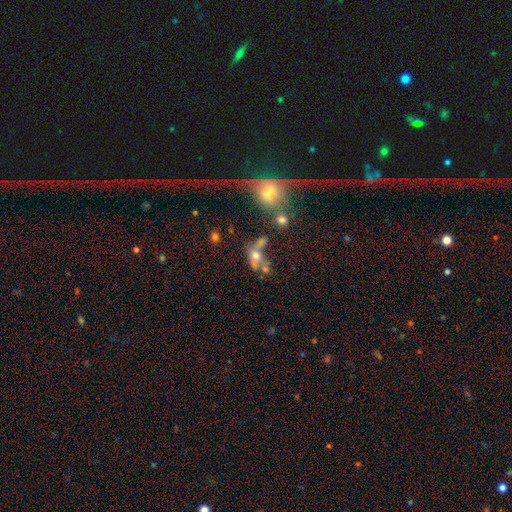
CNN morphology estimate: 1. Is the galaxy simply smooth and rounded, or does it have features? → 51% smooth, 31% featured or disk, 18% star or artifact.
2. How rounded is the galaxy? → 66% in between, 27% round, 7% cigar-shaped.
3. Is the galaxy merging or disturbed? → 45% merger, 26% none, 17% major disturbance, 13% minor disturbance.